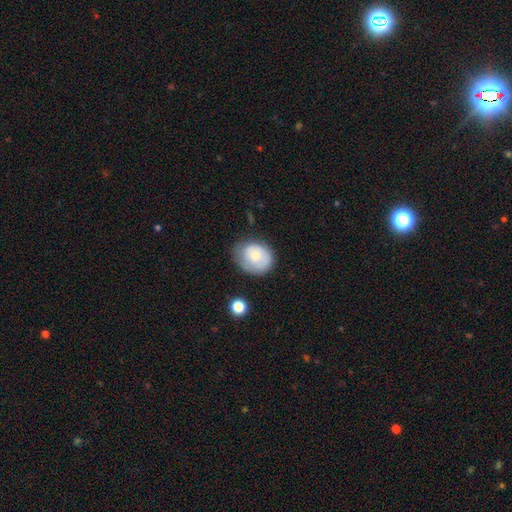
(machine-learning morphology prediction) Smooth or featured? Predicted: smooth (p=0.61). How rounded? Predicted: round (p=0.58). Merging? Predicted: none (p=0.61).